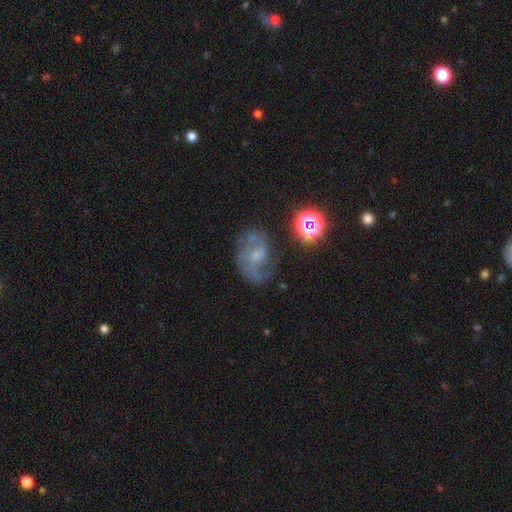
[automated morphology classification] Smooth or featured?
  - featured or disk: 68% *
  - smooth: 18%
  - star or artifact: 14%
Edge-on disk?
  - no: 97% *
  - yes: 3%
Bar?
  - no: 55% *
  - weak: 39%
  - strong: 6%
Spiral arms?
  - yes: 87% *
  - no: 13%
Spiral winding?
  - medium: 46% *
  - loose: 37%
  - tight: 17%
Spiral arm count?
  - 2: 60% *
  - 1: 20%
  - can't tell: 13%
  - 3: 4%
  - 4: 2%
  - more than 4: 2%
Bulge size?
  - small: 50% *
  - moderate: 30%
  - none: 16%
  - large: 3%
  - dominant: 1%
Merging?
  - none: 54% *
  - minor disturbance: 22%
  - major disturbance: 19%
  - merger: 5%